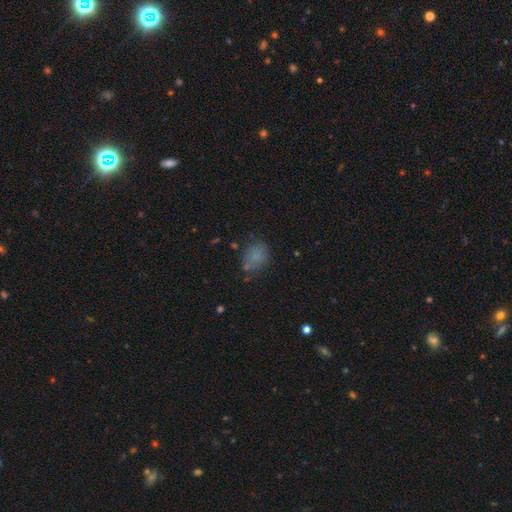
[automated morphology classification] smooth_or_featured: smooth (p=0.73) [alt: featured or disk p=0.14]
how_rounded: in between (p=0.54) [alt: round p=0.45]
merging: none (p=0.58) [alt: minor disturbance p=0.25]